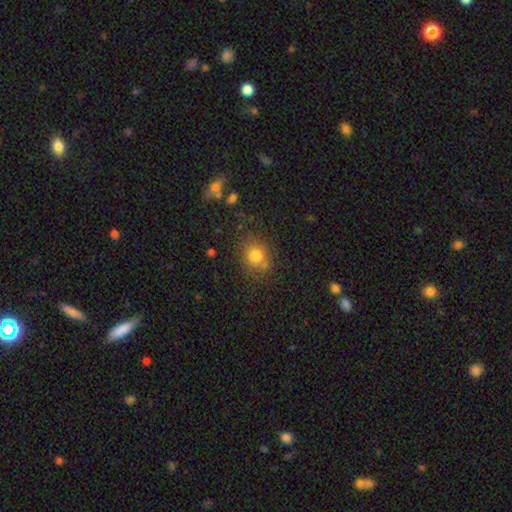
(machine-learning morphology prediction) Smooth or featured?
  - smooth: 79% *
  - star or artifact: 14%
  - featured or disk: 7%
How rounded?
  - round: 79% *
  - in between: 20%
  - cigar-shaped: 1%
Merging?
  - none: 77% *
  - minor disturbance: 13%
  - merger: 6%
  - major disturbance: 5%